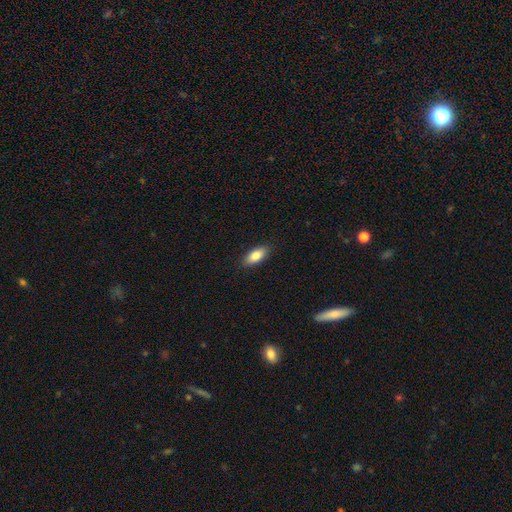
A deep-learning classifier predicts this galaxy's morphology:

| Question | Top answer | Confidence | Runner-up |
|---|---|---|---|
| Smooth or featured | smooth | 85% | featured or disk (8%) |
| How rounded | in between | 86% | cigar-shaped (11%) |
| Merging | none | 89% | minor disturbance (8%) |